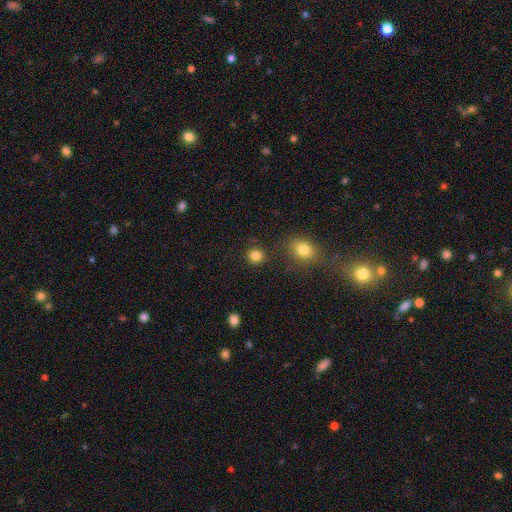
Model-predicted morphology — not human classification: Q: Smooth or featured?
A: smooth (84%); runner-up: star or artifact (12%)
Q: How rounded?
A: round (89%); runner-up: in between (10%)
Q: Merging?
A: none (87%); runner-up: minor disturbance (7%)